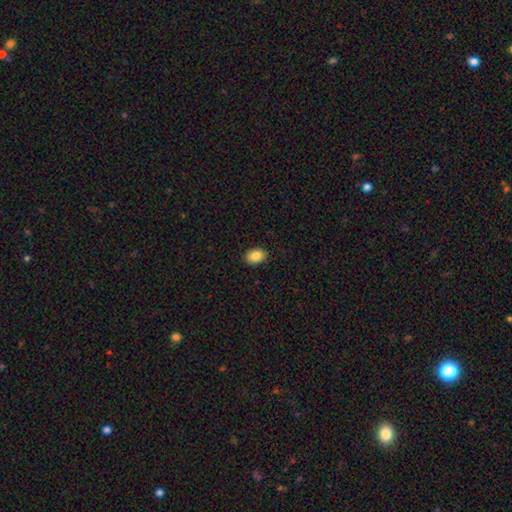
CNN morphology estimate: This appears to be a smooth galaxy with no disk features (86%) that is in between round and cigar-shaped (81%). Merging: none (89%).